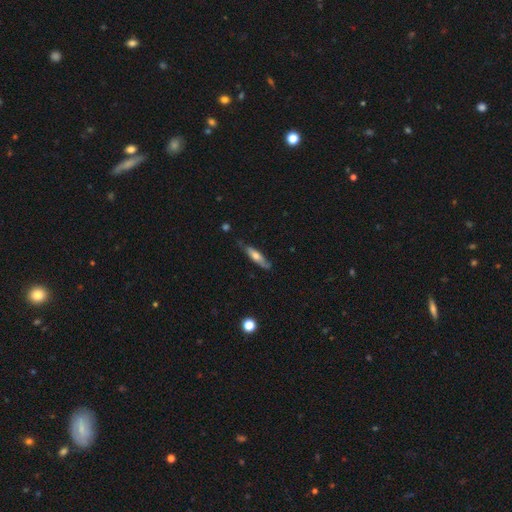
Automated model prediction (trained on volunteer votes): Smooth or featured? Predicted: smooth (p=0.51). How rounded? Predicted: cigar-shaped (p=0.71). Merging? Predicted: none (p=0.72).